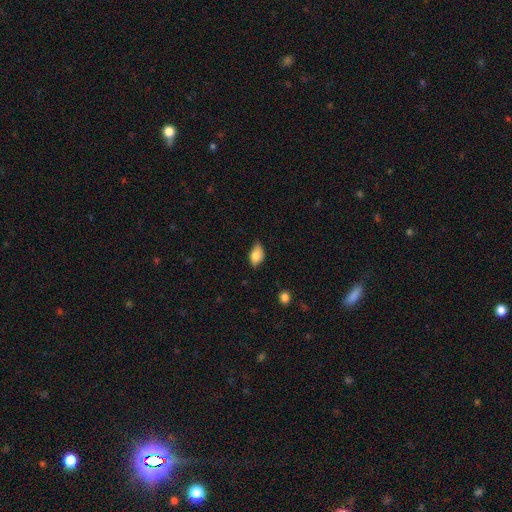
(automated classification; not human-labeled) Q: Smooth or featured?
A: smooth (78%); runner-up: featured or disk (14%)
Q: How rounded?
A: in between (89%); runner-up: round (8%)
Q: Merging?
A: none (62%); runner-up: minor disturbance (31%)